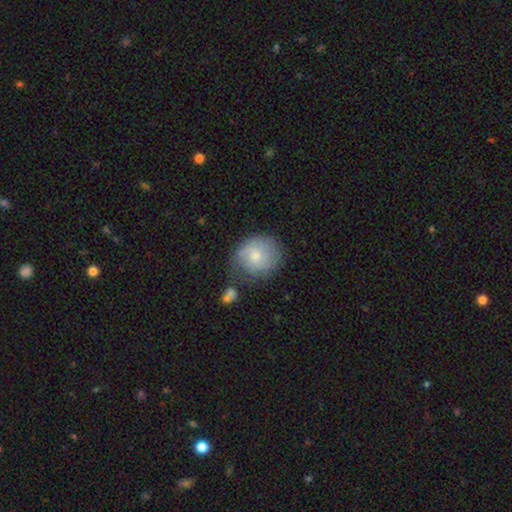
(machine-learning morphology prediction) Q: Smooth or featured?
A: smooth (53%); runner-up: featured or disk (39%)
Q: How rounded?
A: round (83%); runner-up: in between (16%)
Q: Merging?
A: none (62%); runner-up: minor disturbance (22%)